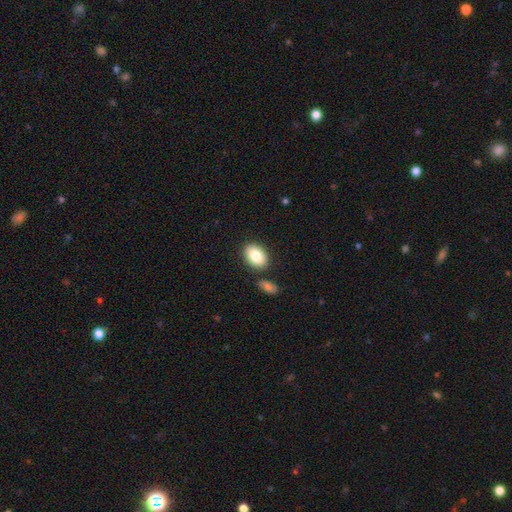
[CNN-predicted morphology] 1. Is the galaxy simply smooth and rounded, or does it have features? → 83% smooth, 10% featured or disk, 7% star or artifact.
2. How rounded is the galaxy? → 84% in between, 14% round, 1% cigar-shaped.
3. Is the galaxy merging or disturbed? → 82% none, 9% minor disturbance, 6% merger, 2% major disturbance.